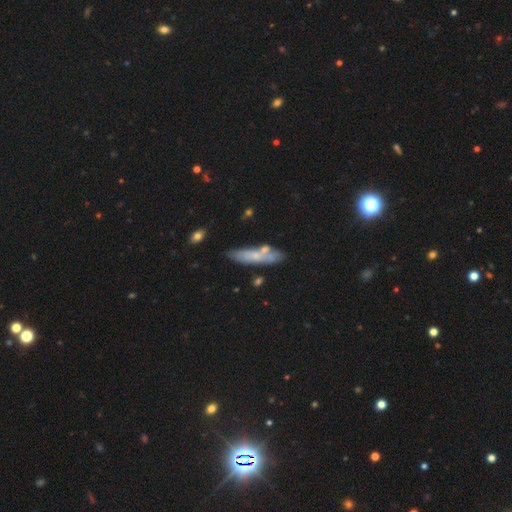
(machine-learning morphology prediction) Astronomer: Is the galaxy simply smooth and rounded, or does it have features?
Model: smooth — 54% (runner-up: featured or disk, 39%).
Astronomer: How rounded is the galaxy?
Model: cigar-shaped — 68%.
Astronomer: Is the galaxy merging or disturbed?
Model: none — 68%.